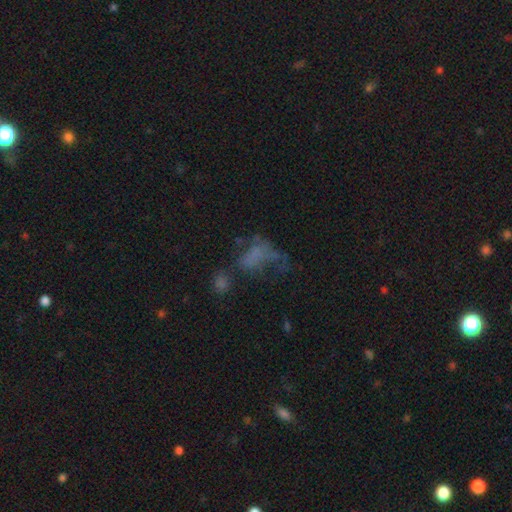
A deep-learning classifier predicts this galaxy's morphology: A smooth galaxy with no disk features (40%).

Vote fractions:
- Smooth or featured? smooth: 40% / featured or disk: 36% / star or artifact: 24%
- Merging? major disturbance: 43% / none: 25% / merger: 17% / minor disturbance: 15%